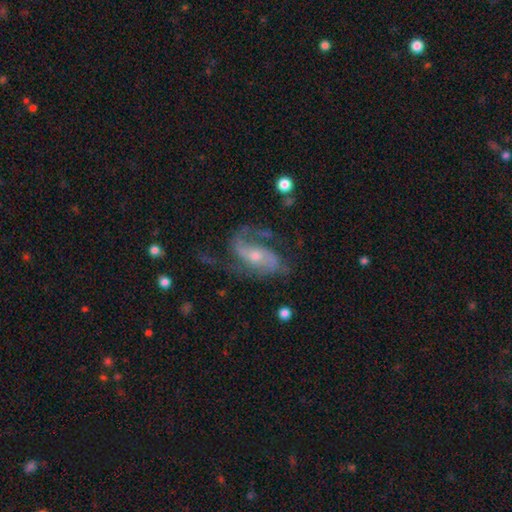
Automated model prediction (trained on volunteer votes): The model was most divided on "spiral winding": medium: 44%, loose: 40%, tight: 15%. More confident: edge-on disk — no (96%); spiral arms — yes (94%); smooth or featured — featured or disk (84%); spiral arm count — 2 (71%); merging — none (53%); bulge size — small (53%); bar — no (50%).